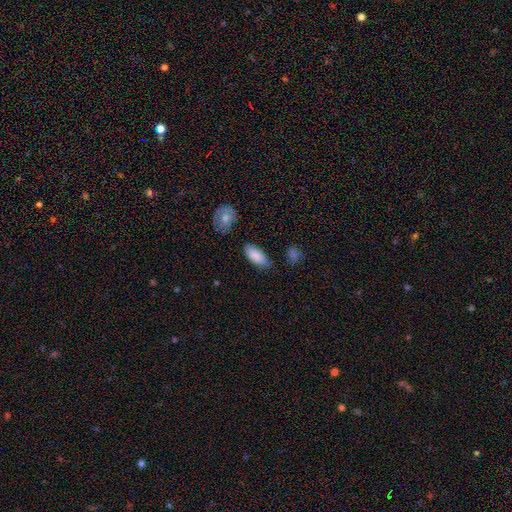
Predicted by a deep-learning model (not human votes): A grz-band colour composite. It shows a smooth galaxy with no disk features (87%) that is in between round and cigar-shaped (89%). Merging: none (68%).